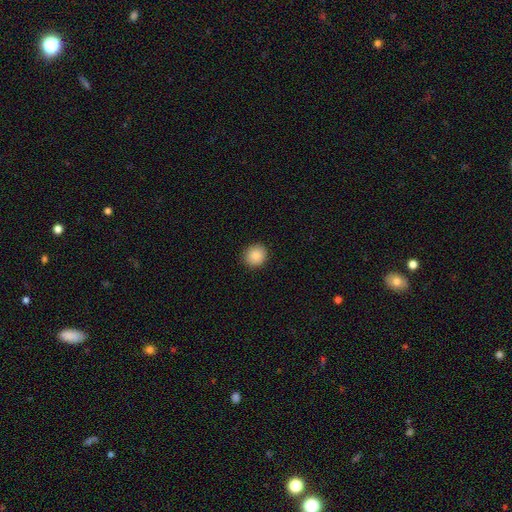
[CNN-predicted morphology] Smooth or featured? smooth (87%)
How rounded? round (89%)
Merging? none (92%)